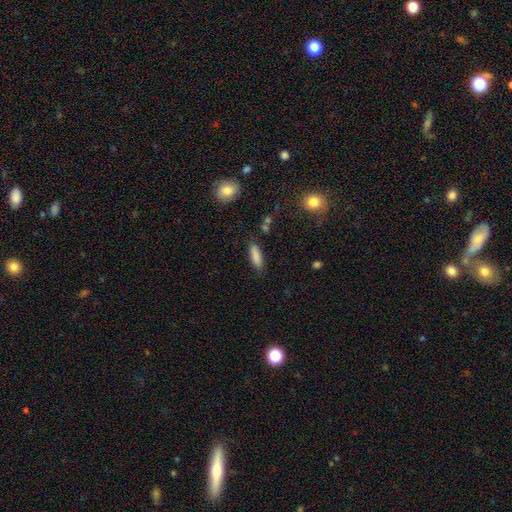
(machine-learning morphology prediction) A smooth galaxy with no disk features (86%) that is in between round and cigar-shaped (50%).

Vote fractions:
- Smooth or featured? smooth: 86% / star or artifact: 7% / featured or disk: 6%
- How rounded? in between: 50% / cigar-shaped: 48% / round: 2%
- Merging? none: 83% / minor disturbance: 12% / major disturbance: 3% / merger: 2%